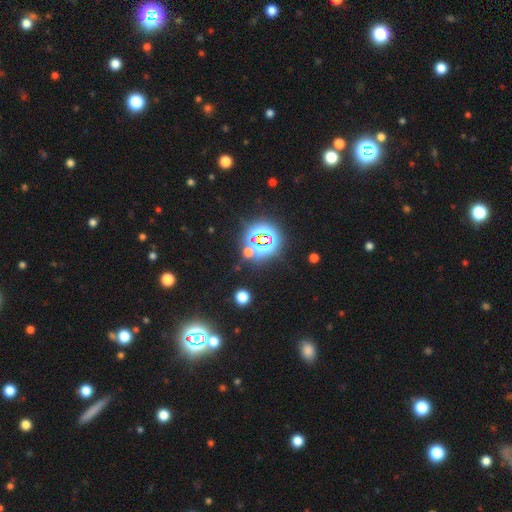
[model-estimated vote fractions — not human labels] Smooth or featured? star or artifact (79%)